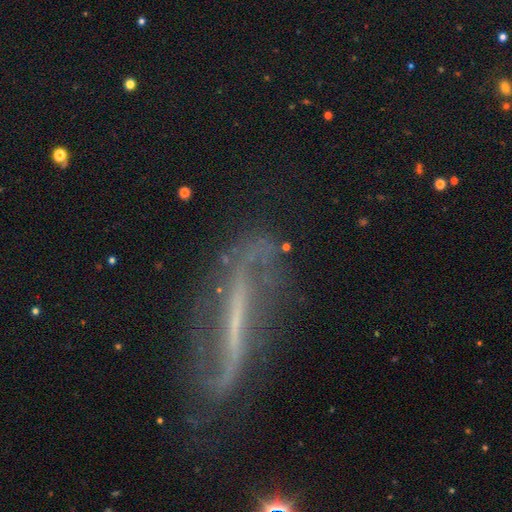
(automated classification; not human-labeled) A featured or disk galaxy (77%).

Vote fractions:
- Smooth or featured? featured or disk: 77% / smooth: 12% / star or artifact: 10%
- Edge-on disk? no: 64% / yes: 36%
- Merging? none: 59% / minor disturbance: 22% / major disturbance: 15% / merger: 4%